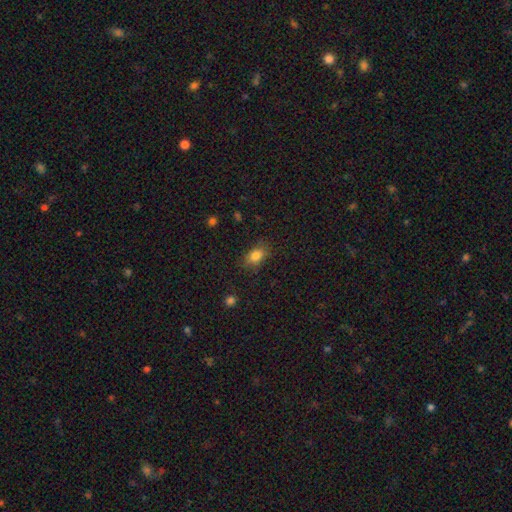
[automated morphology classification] Smooth or featured? smooth (83%)
How rounded? in between (78%)
Merging? none (79%)